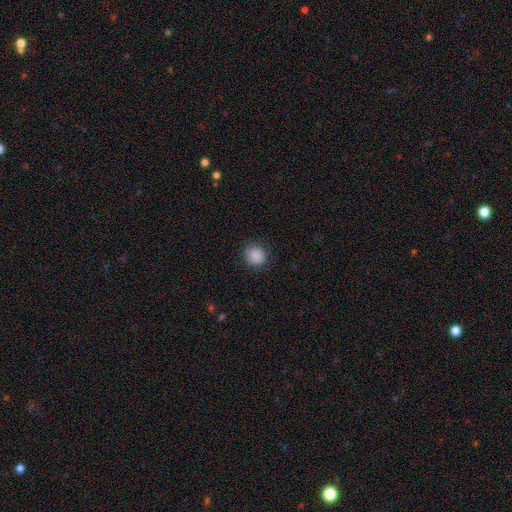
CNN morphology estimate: This appears to be a smooth galaxy with no disk features (88%) that is round (88%). Merging: none (85%).